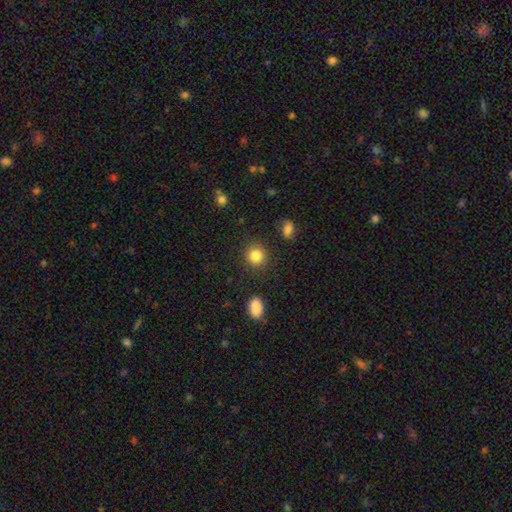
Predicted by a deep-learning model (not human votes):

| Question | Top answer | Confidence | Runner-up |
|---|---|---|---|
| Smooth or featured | smooth | 86% | star or artifact (10%) |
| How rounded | round | 87% | in between (12%) |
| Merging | none | 88% | minor disturbance (8%) |